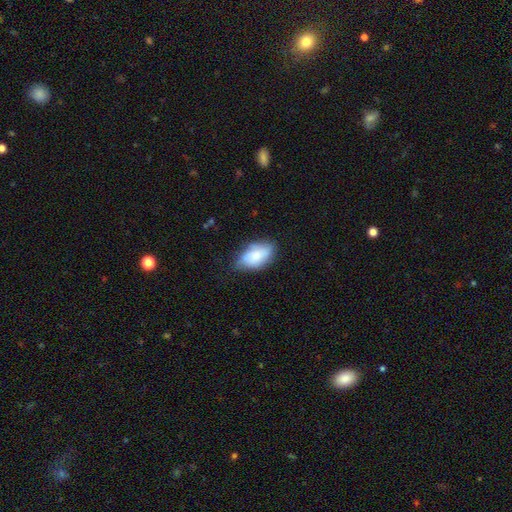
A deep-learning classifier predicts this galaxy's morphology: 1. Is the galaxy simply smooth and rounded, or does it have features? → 73% smooth, 20% featured or disk, 7% star or artifact.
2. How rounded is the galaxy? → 93% in between, 5% round, 2% cigar-shaped.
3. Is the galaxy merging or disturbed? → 62% none, 30% minor disturbance, 7% major disturbance, 2% merger.